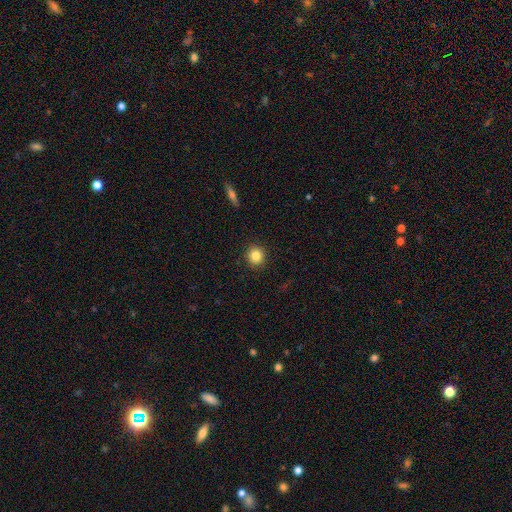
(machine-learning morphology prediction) type=smooth (84%); roundness=round (92%); merging=none (91%).